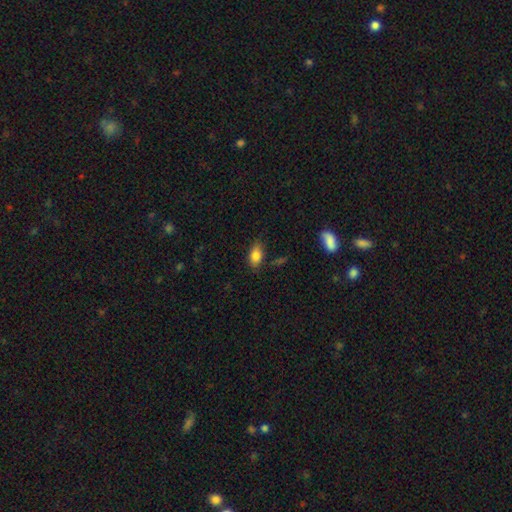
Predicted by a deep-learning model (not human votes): A smooth galaxy with no disk features (84%) that is in between round and cigar-shaped (90%).

Vote fractions:
- Smooth or featured? smooth: 84% / star or artifact: 8% / featured or disk: 7%
- How rounded? in between: 90% / round: 7% / cigar-shaped: 3%
- Merging? none: 76% / minor disturbance: 17% / major disturbance: 4% / merger: 3%